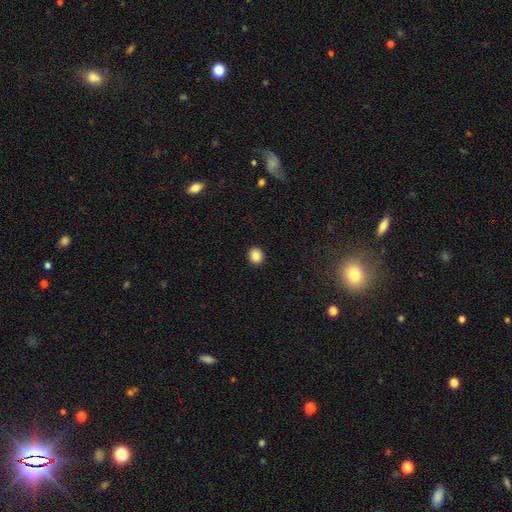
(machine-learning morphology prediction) Overall: smooth (86%). How rounded: round (82%). Merging: none (93%).